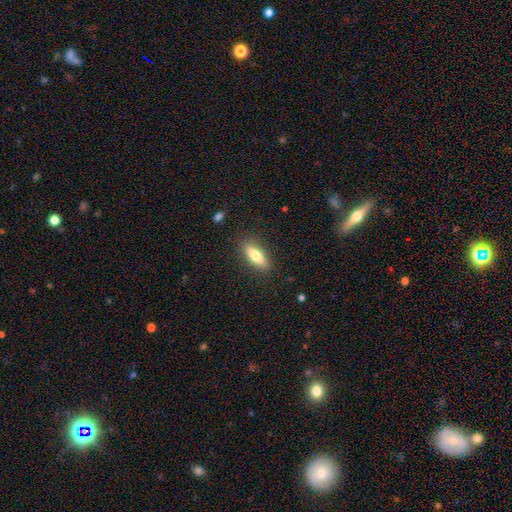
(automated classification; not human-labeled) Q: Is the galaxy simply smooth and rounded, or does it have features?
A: smooth — 70%.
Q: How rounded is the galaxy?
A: in between — 58%.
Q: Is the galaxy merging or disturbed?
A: none — 87%.